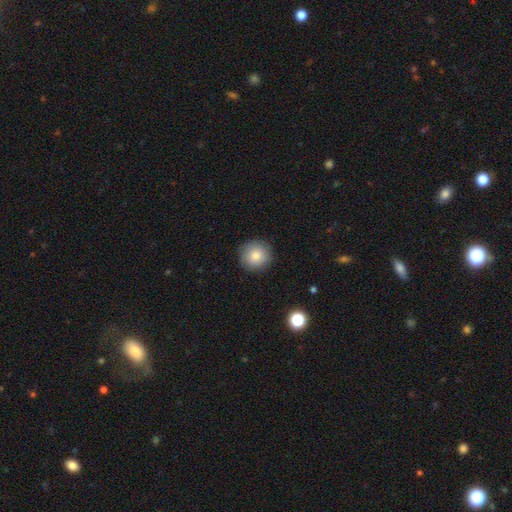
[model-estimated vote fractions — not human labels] Q: Smooth or featured?
A: smooth (82%); runner-up: featured or disk (9%)
Q: How rounded?
A: round (94%); runner-up: in between (5%)
Q: Merging?
A: none (89%); runner-up: minor disturbance (8%)